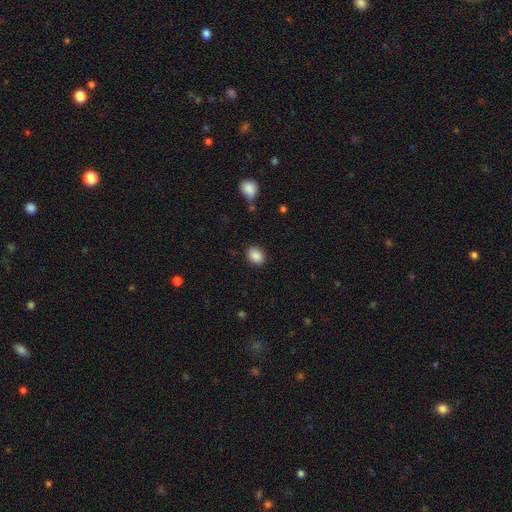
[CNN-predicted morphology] Smooth or featured: smooth — 88% (star or artifact — 8%)
How rounded: in between — 60% (round — 39%)
Merging: none — 88% (minor disturbance — 9%)